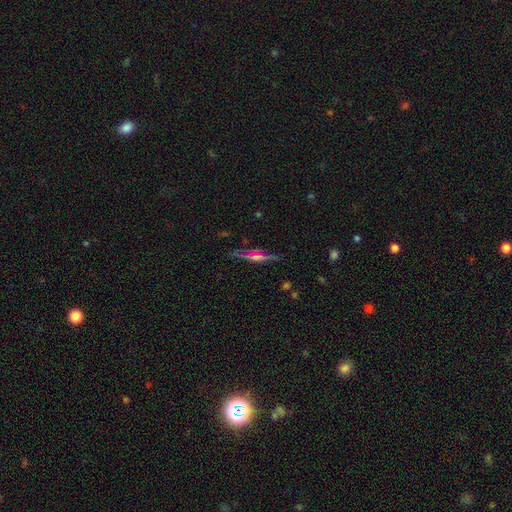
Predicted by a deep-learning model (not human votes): Q: Smooth or featured?
A: featured or disk (58%); runner-up: smooth (26%)
Q: Edge-on disk?
A: yes (90%); runner-up: no (10%)
Q: Edge-on bulge?
A: rounded (74%); runner-up: boxy (13%)
Q: Merging?
A: none (83%); runner-up: minor disturbance (12%)